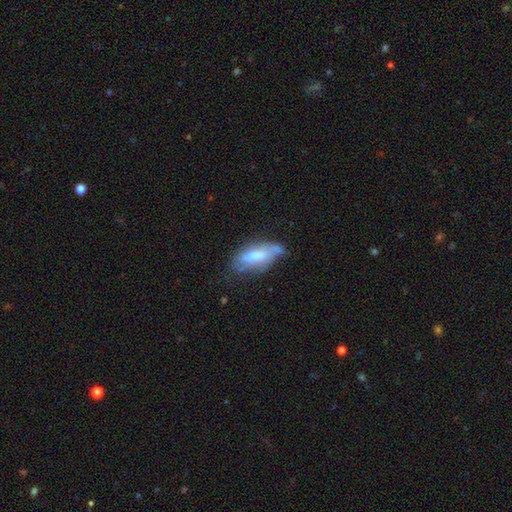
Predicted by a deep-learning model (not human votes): Morphology: type=featured or disk (46%); merging=none (45%).